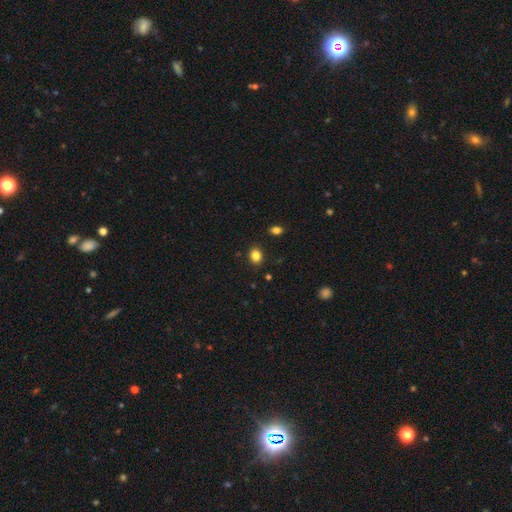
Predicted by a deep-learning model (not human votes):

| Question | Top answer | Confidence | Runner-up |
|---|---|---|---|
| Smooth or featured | smooth | 83% | star or artifact (11%) |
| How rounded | in between | 50% | round (49%) |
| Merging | none | 87% | minor disturbance (9%) |